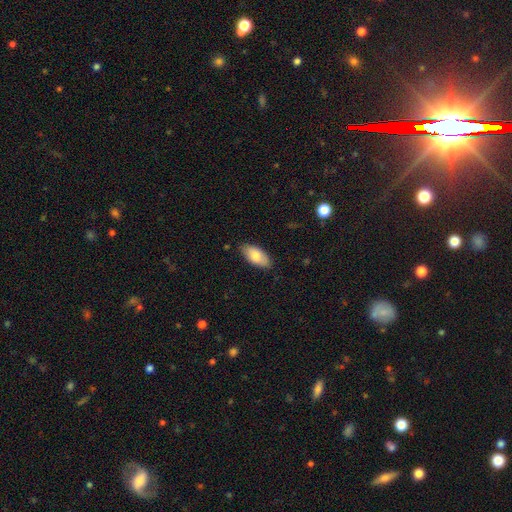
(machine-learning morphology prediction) Smooth or featured: smooth — 79% (featured or disk — 15%)
How rounded: in between — 92% (cigar-shaped — 6%)
Merging: none — 83% (minor disturbance — 14%)